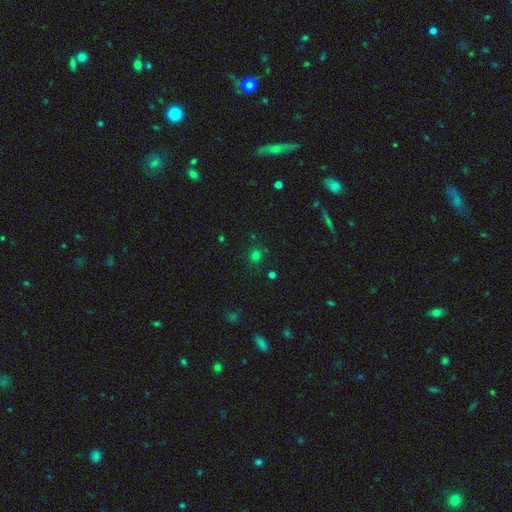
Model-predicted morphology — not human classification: smooth 71%, star or artifact 24%, featured or disk 6%. Down the decision tree: how rounded — round (86%); merging — none (81%).